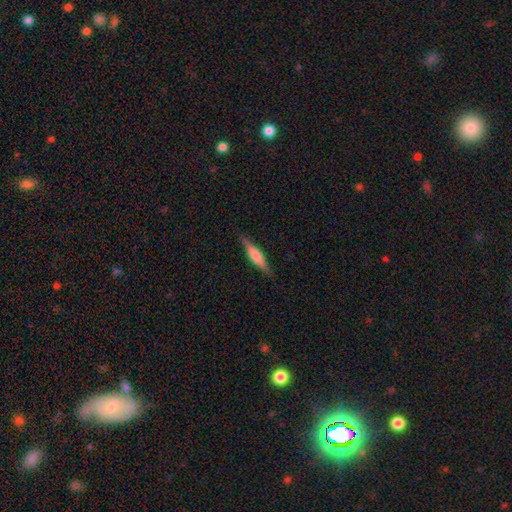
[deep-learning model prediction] This is possibly a featured or disk galaxy (54%). It is clearly viewed edge-on (96%). Edge-on bulge: likely rounded (66%). Merging: clearly none (88%).